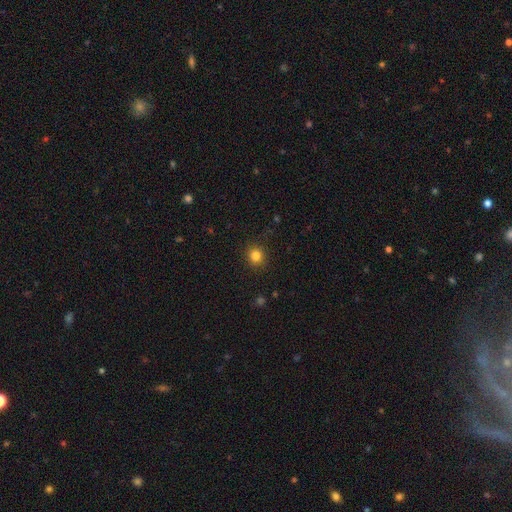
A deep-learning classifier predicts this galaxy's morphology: smooth-or-featured: smooth: 83% | star or artifact: 12% | featured or disk: 4%
  how-rounded: round: 90% | in between: 9% | cigar-shaped: 1%
  merging: none: 90% | minor disturbance: 7% | major disturbance: 2% | merger: 1%